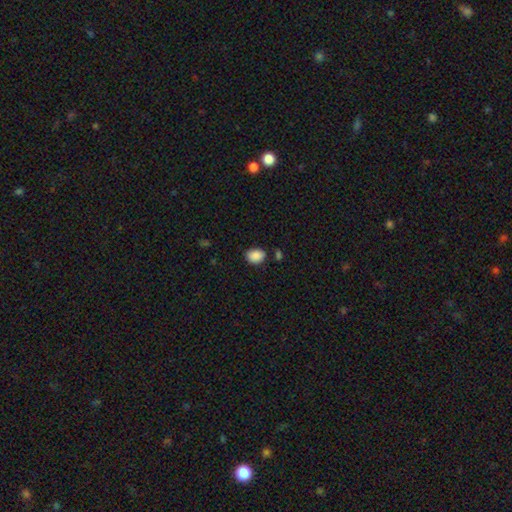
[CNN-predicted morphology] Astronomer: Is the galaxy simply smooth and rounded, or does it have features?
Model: smooth — 88%.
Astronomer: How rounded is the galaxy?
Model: in between — 68%.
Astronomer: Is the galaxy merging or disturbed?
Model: none — 76%.